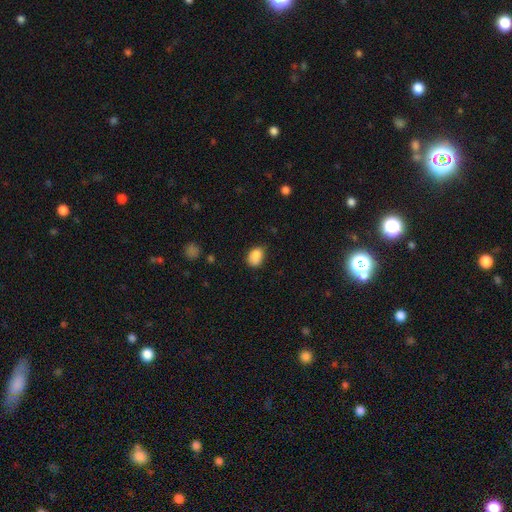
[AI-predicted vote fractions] Smooth or featured: smooth — 86% (star or artifact — 9%)
How rounded: in between — 76% (round — 23%)
Merging: none — 61% (minor disturbance — 31%)